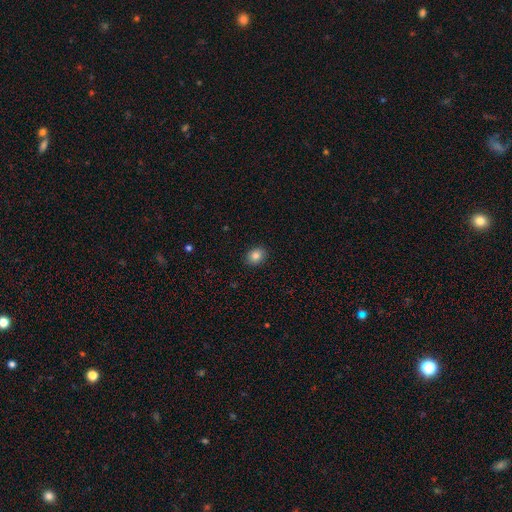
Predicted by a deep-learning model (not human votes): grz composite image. It shows a smooth galaxy with no disk features (84%) that is round (51%). Merging: none (90%).